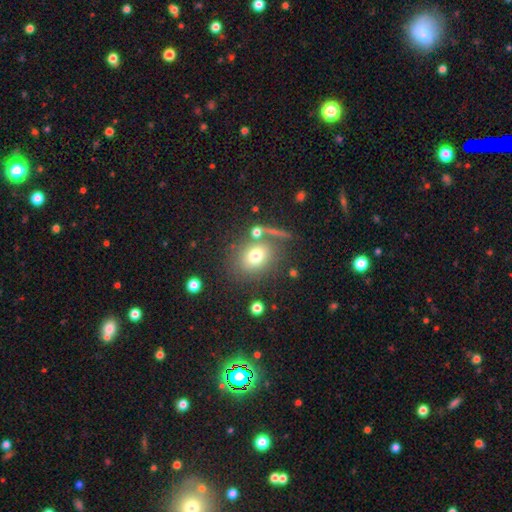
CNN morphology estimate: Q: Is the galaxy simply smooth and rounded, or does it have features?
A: smooth — 72%.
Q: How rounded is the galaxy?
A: round — 61%.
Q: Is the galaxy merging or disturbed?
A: none — 67%.